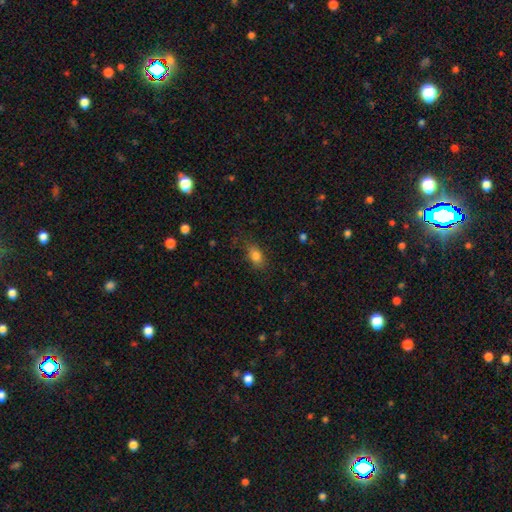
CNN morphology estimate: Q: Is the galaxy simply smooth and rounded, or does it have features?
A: smooth — 82%.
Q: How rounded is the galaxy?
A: in between — 82%.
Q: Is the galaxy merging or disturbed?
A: none — 74%.